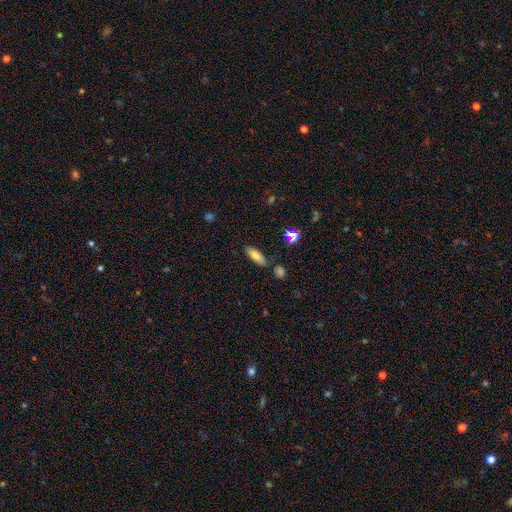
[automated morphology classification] smooth_or_featured: smooth (p=0.77) [alt: featured or disk p=0.14]
how_rounded: in between (p=0.65) [alt: cigar-shaped p=0.33]
merging: none (p=0.79) [alt: minor disturbance p=0.13]